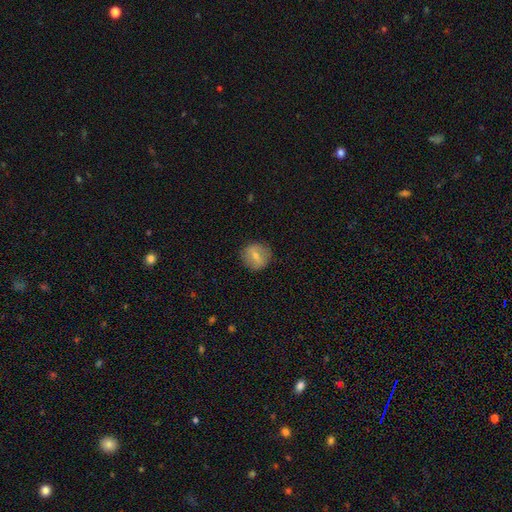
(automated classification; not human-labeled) Smooth or featured: smooth — 57% (featured or disk — 35%)
How rounded: round — 87% (in between — 12%)
Merging: none — 86% (minor disturbance — 10%)